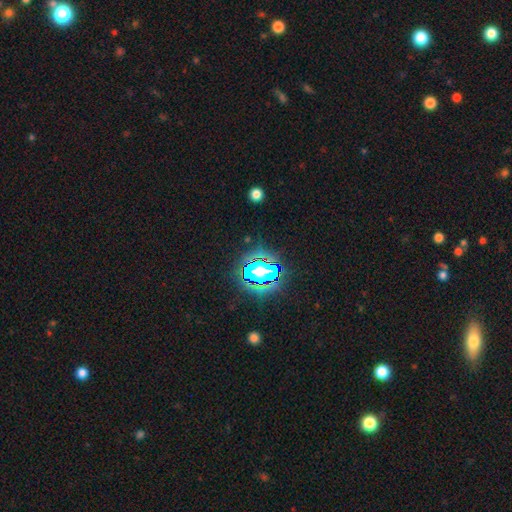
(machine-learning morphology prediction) Smooth or featured? star or artifact (82%)